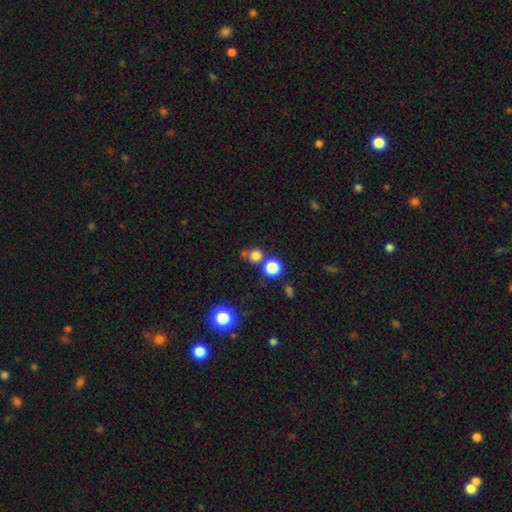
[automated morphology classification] A smooth galaxy with no disk features (75%) that is round (90%).

Vote fractions:
- Smooth or featured? smooth: 75% / star or artifact: 19% / featured or disk: 6%
- How rounded? round: 90% / in between: 9% / cigar-shaped: 1%
- Merging? none: 67% / merger: 21% / minor disturbance: 8% / major disturbance: 4%